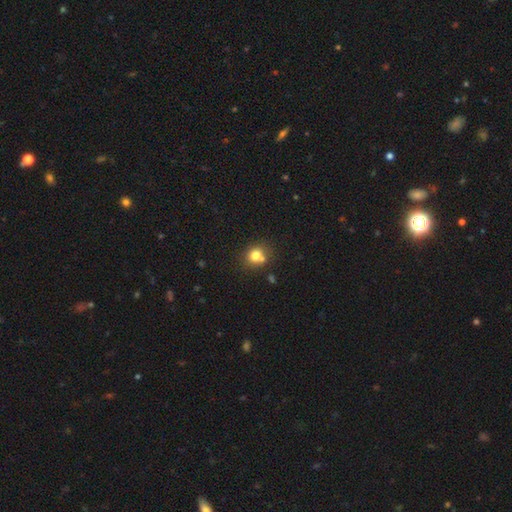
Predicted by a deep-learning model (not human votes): This is likely a smooth galaxy (77%). How rounded: likely round (76%). Merging: possibly none (58%).